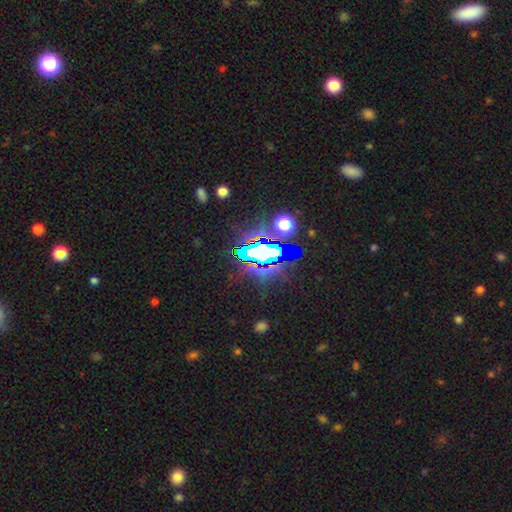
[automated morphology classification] Smooth or featured: star or artifact — 71% (smooth — 17%)